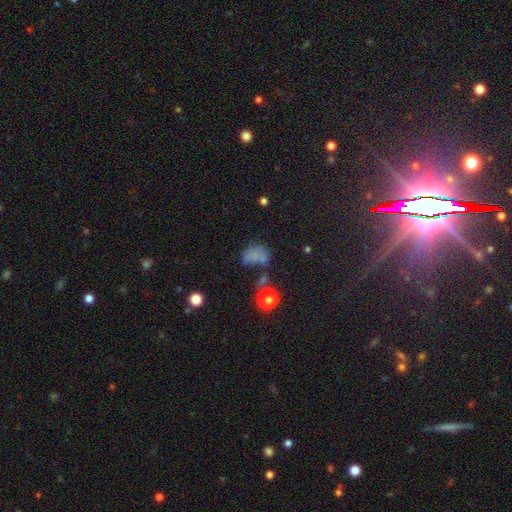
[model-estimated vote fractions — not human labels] smooth_or_featured: smooth (p=0.58) [alt: star or artifact p=0.21]
how_rounded: in between (p=0.68) [alt: round p=0.30]
merging: none (p=0.31) [alt: major disturbance p=0.28]